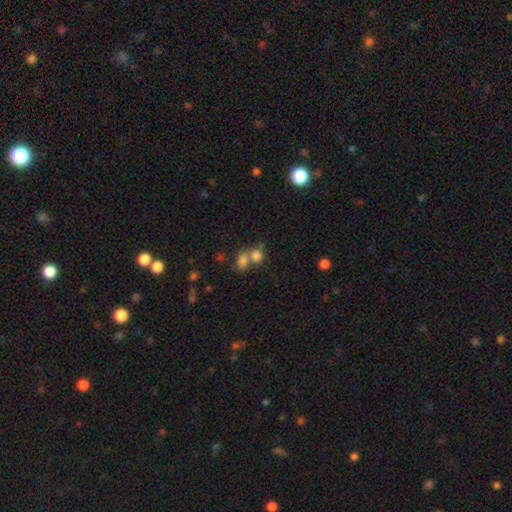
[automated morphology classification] Smooth or featured?
  - smooth: 78% *
  - star or artifact: 13%
  - featured or disk: 9%
How rounded?
  - round: 56% *
  - in between: 42%
  - cigar-shaped: 2%
Merging?
  - merger: 55% *
  - none: 32%
  - minor disturbance: 8%
  - major disturbance: 5%